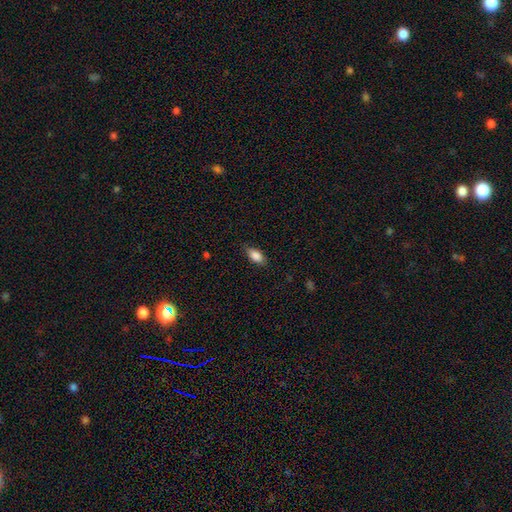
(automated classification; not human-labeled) Smooth or featured? smooth (86%)
How rounded? in between (88%)
Merging? none (81%)